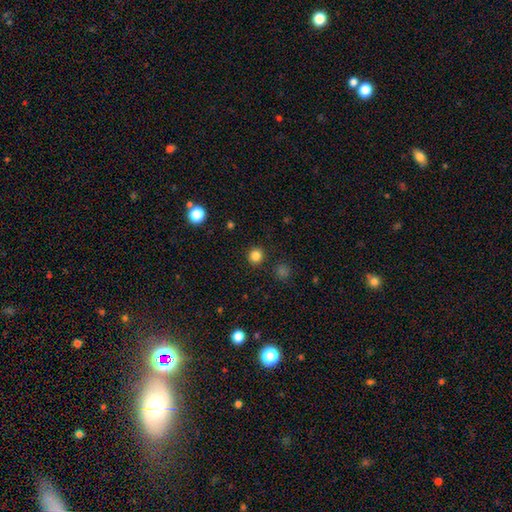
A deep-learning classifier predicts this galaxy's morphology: Q: Smooth or featured?
A: smooth (83%); runner-up: star or artifact (13%)
Q: How rounded?
A: round (92%); runner-up: in between (7%)
Q: Merging?
A: none (91%); runner-up: minor disturbance (5%)